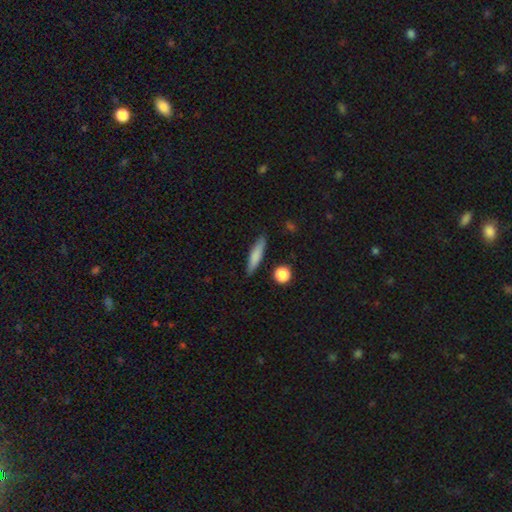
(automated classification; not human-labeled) Q: Smooth or featured?
A: smooth (77%); runner-up: featured or disk (16%)
Q: How rounded?
A: cigar-shaped (83%); runner-up: in between (14%)
Q: Merging?
A: none (87%); runner-up: minor disturbance (9%)